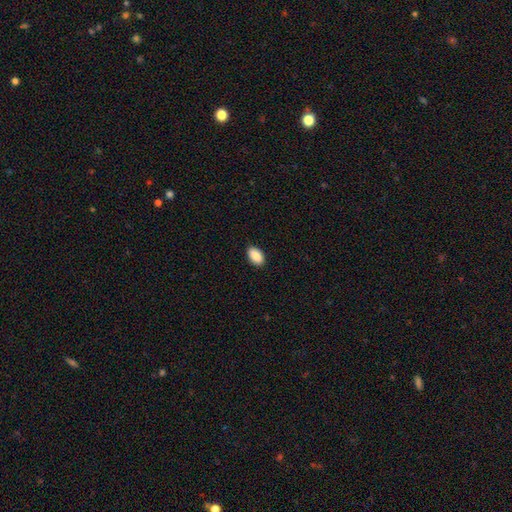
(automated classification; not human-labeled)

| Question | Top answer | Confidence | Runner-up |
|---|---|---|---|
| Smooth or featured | smooth | 90% | star or artifact (7%) |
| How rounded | in between | 93% | round (5%) |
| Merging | none | 89% | minor disturbance (8%) |